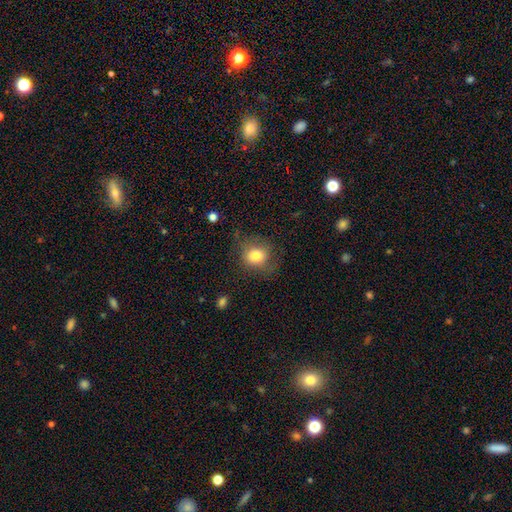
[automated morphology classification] This appears to be a smooth galaxy with no disk features (78%) that is round (70%). Merging: none (68%).